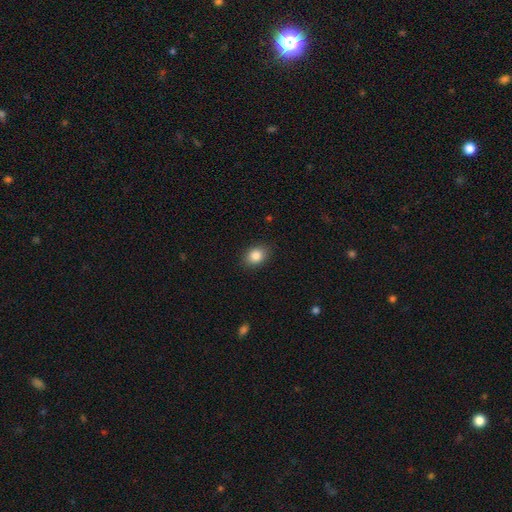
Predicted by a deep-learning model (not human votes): A smooth galaxy with no disk features (86%) that is in between round and cigar-shaped (62%). Merging: none (86%).